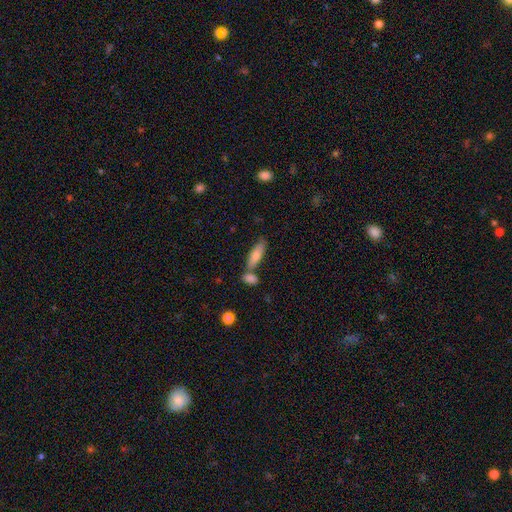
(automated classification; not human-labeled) smooth 74%, featured or disk 19%, star or artifact 7%. Down the decision tree: how rounded — cigar-shaped (50%); merging — none (58%).